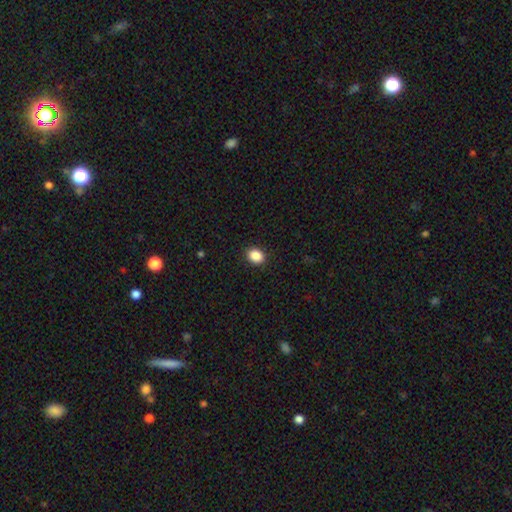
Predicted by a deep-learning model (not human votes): Smooth or featured?
  - smooth: 88% *
  - star or artifact: 9%
  - featured or disk: 3%
How rounded?
  - in between: 52% *
  - round: 48%
  - cigar-shaped: 1%
Merging?
  - none: 91% *
  - minor disturbance: 7%
  - major disturbance: 2%
  - merger: 1%